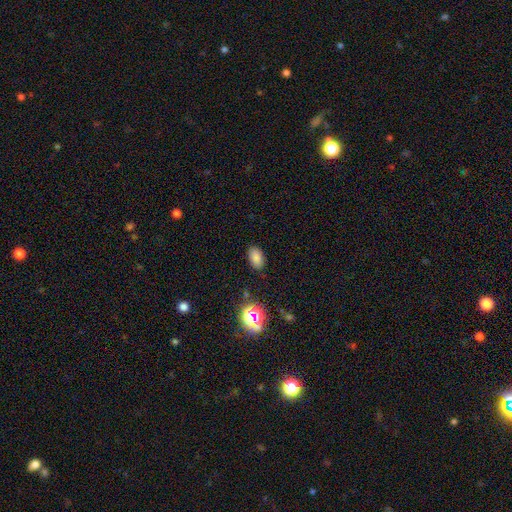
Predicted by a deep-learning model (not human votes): A smooth galaxy with no disk features (80%) that is in between round and cigar-shaped (90%). Merging: none (86%).